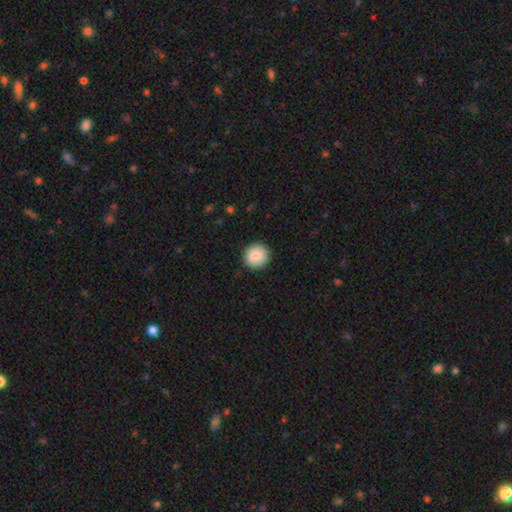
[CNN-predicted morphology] smooth_or_featured: smooth (p=0.86) [alt: star or artifact p=0.07]
how_rounded: round (p=0.95) [alt: in between p=0.04]
merging: none (p=0.91) [alt: minor disturbance p=0.06]